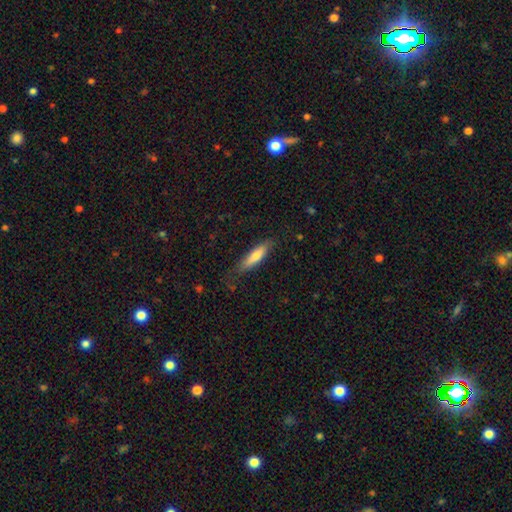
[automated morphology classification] Q: Smooth or featured?
A: smooth (71%); runner-up: featured or disk (23%)
Q: How rounded?
A: cigar-shaped (74%); runner-up: in between (24%)
Q: Merging?
A: none (75%); runner-up: minor disturbance (19%)